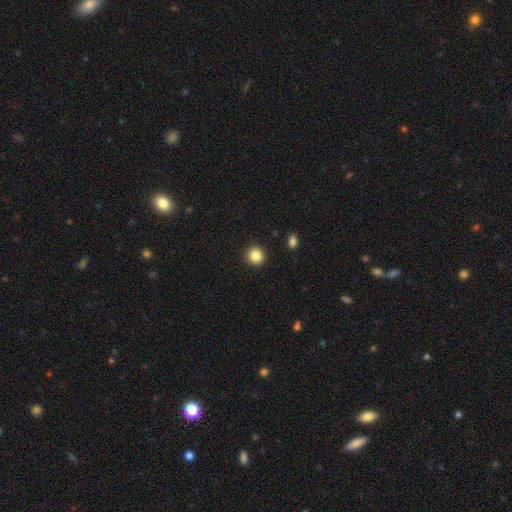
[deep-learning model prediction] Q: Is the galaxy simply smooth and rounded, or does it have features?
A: smooth — 86%.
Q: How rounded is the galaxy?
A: round — 94%.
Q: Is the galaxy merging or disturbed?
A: none — 92%.